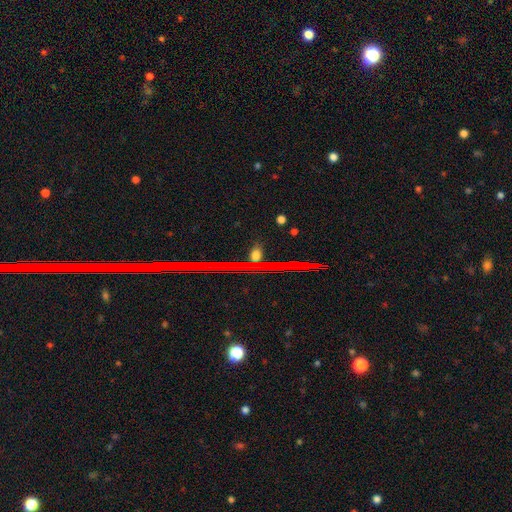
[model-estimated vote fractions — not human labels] The model was most divided on "smooth or featured": star or artifact: 50%, smooth: 36%, featured or disk: 13%.